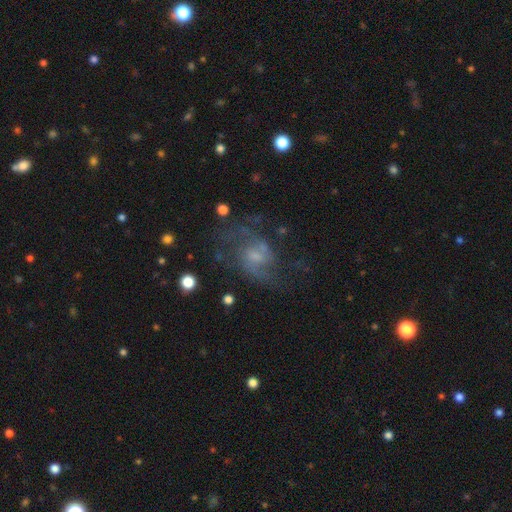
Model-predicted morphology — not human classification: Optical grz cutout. It shows a featured or disk galaxy (71%) with no bar (53%), 2 (69%) medium (46%) spiral arms (84%) and a small central bulge (43%). Merging: none (52%).